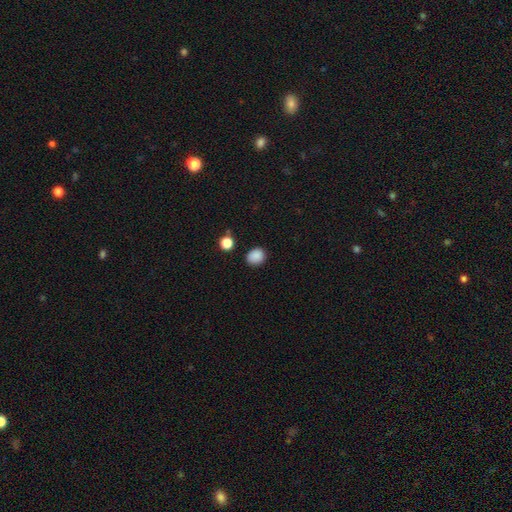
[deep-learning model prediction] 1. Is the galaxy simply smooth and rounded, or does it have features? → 87% smooth, 10% star or artifact, 3% featured or disk.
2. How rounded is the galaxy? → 66% round, 33% in between, 1% cigar-shaped.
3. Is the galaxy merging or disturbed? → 85% none, 10% minor disturbance, 3% major disturbance, 2% merger.